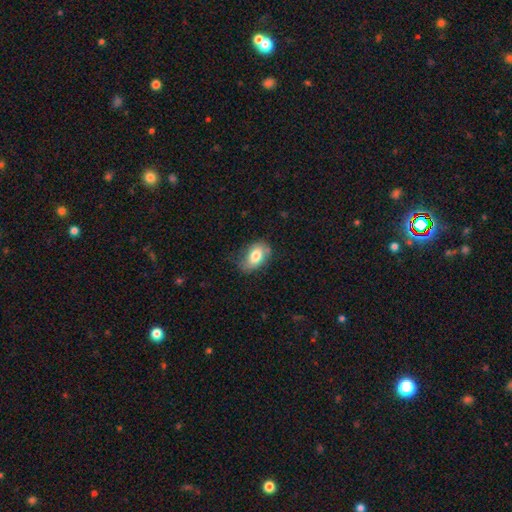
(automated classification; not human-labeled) This is likely a smooth galaxy (78%). How rounded: clearly in between (87%). Merging: likely none (64%).